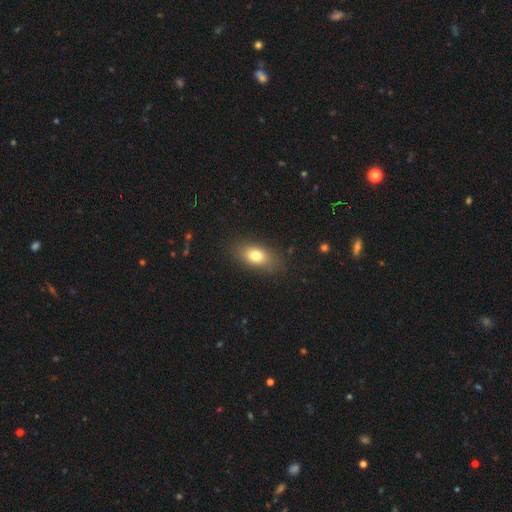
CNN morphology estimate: The model was most divided on "smooth or featured": smooth: 78%, featured or disk: 13%, star or artifact: 9%. More confident: how rounded — in between (83%); merging — none (82%).